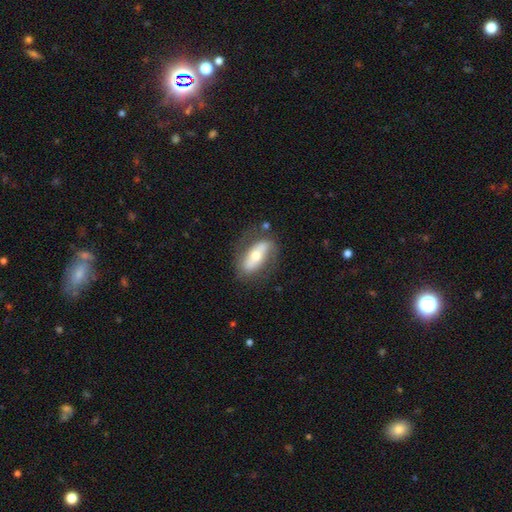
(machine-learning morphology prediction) smooth-or-featured: featured or disk: 55% | smooth: 39% | star or artifact: 7%
  disk-edge-on: no: 76% | yes: 24%
  merging: none: 72% | minor disturbance: 18% | major disturbance: 8% | merger: 2%